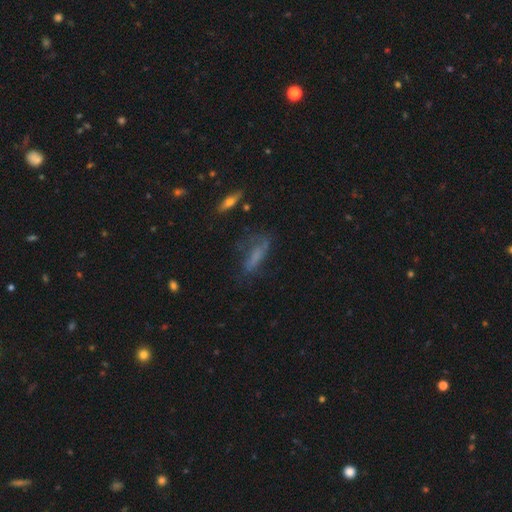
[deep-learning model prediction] Smooth or featured? Predicted: smooth (p=0.49). Merging? Predicted: none (p=0.49).